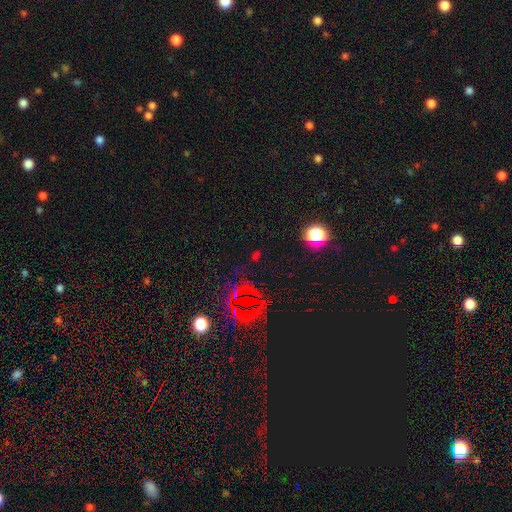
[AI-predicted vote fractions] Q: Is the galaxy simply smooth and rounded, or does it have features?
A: star or artifact — 67%.